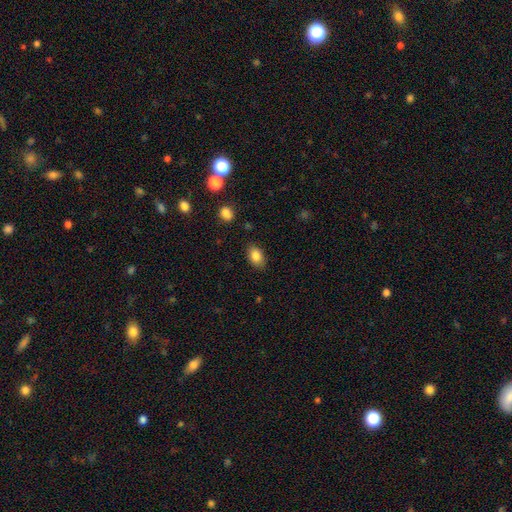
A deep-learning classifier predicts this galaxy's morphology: Smooth or featured? smooth (85%)
How rounded? in between (87%)
Merging? none (84%)